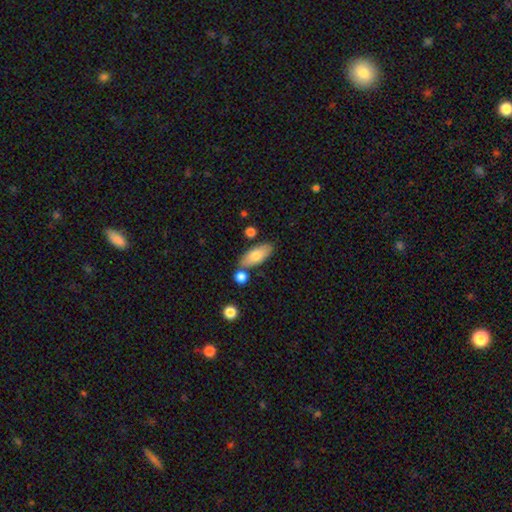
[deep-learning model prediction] smooth-or-featured: smooth: 76% | featured or disk: 18% | star or artifact: 6%
  how-rounded: in between: 82% | cigar-shaped: 15% | round: 3%
  merging: none: 72% | minor disturbance: 13% | merger: 12% | major disturbance: 3%